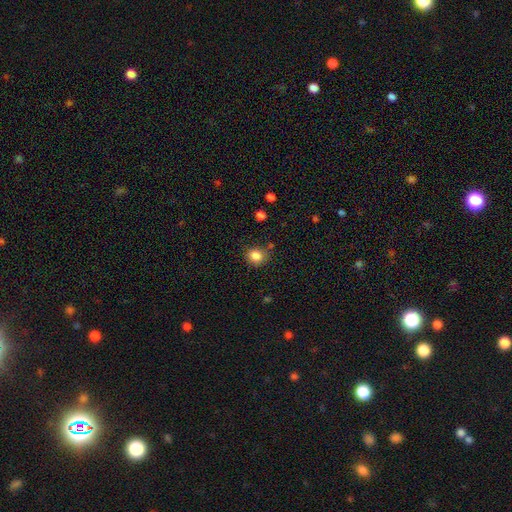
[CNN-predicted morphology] A smooth galaxy with no disk features (85%) that is round (76%).

Vote fractions:
- Smooth or featured? smooth: 85% / star or artifact: 10% / featured or disk: 5%
- How rounded? round: 76% / in between: 23% / cigar-shaped: 1%
- Merging? none: 76% / minor disturbance: 16% / merger: 4% / major disturbance: 4%